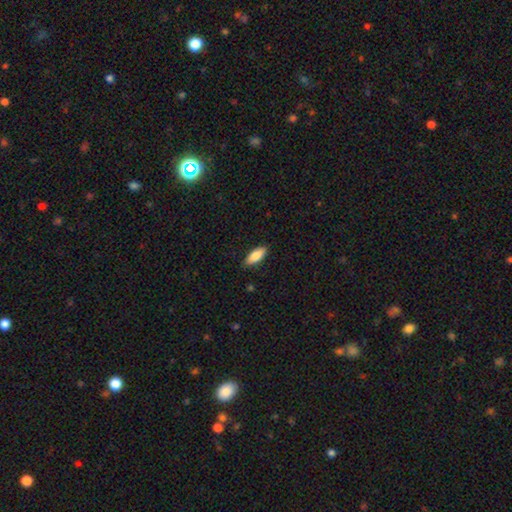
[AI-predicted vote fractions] Smooth or featured? Predicted: smooth (p=0.84). How rounded? Predicted: in between (p=0.78). Merging? Predicted: none (p=0.87).